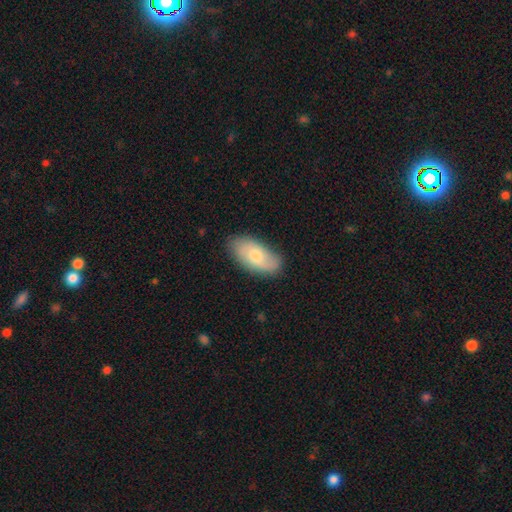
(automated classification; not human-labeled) A smooth galaxy with no disk features (65%) that is in between round and cigar-shaped (92%).

Vote fractions:
- Smooth or featured? smooth: 65% / featured or disk: 29% / star or artifact: 6%
- How rounded? in between: 92% / cigar-shaped: 5% / round: 3%
- Merging? none: 82% / minor disturbance: 14% / major disturbance: 3% / merger: 1%